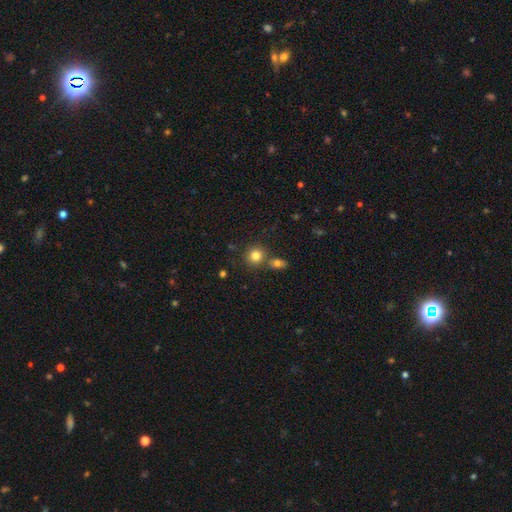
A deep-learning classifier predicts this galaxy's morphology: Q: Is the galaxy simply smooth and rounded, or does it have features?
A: smooth — 81%.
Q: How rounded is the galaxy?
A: round — 86%.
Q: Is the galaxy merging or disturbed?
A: none — 67%.